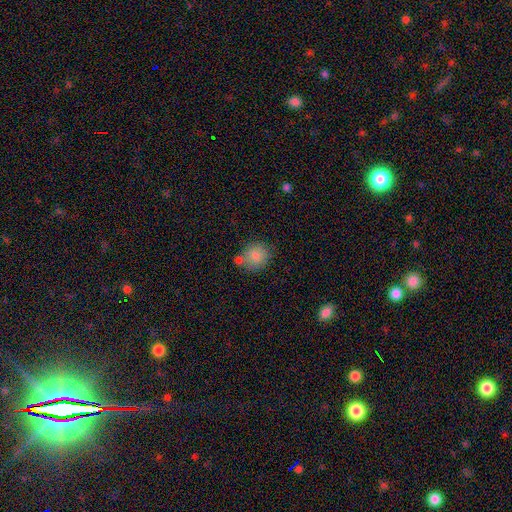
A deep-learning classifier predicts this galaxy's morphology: Q: Smooth or featured?
A: smooth (83%); runner-up: star or artifact (9%)
Q: How rounded?
A: round (84%); runner-up: in between (15%)
Q: Merging?
A: none (66%); runner-up: merger (18%)